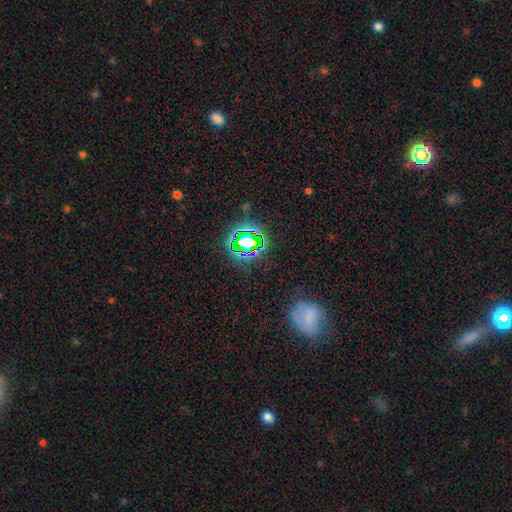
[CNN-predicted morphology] Smooth or featured: star or artifact — 66% (smooth — 22%)